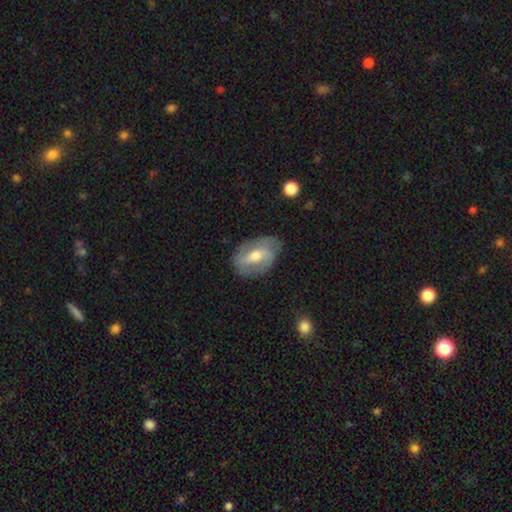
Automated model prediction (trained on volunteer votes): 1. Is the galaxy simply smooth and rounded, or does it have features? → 68% featured or disk, 26% smooth, 6% star or artifact.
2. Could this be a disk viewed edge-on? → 95% no, 5% yes.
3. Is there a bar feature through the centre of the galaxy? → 46% weak, 28% strong, 26% no.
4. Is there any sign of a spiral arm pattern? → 81% yes, 19% no.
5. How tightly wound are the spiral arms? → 43% medium, 29% loose, 27% tight.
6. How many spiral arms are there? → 76% 2, 13% can't tell, 5% 3, 3% 1, 1% 4, 1% more than 4.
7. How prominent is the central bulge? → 71% moderate, 20% small, 7% large, 1% none, 1% dominant.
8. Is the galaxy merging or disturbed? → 73% none, 19% minor disturbance, 6% major disturbance, 1% merger.